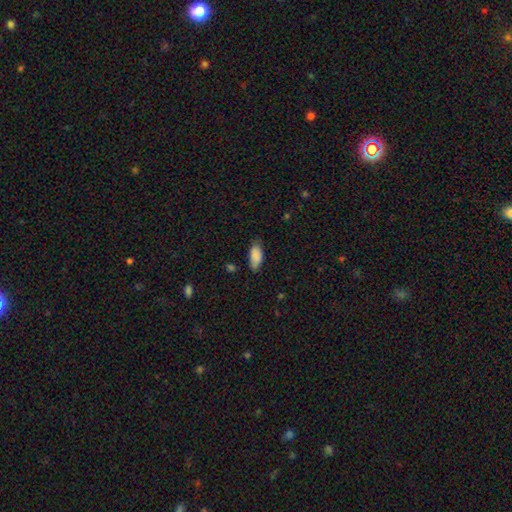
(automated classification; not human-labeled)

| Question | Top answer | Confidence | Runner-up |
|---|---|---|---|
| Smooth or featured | smooth | 87% | star or artifact (7%) |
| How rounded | in between | 88% | cigar-shaped (10%) |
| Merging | none | 71% | minor disturbance (23%) |